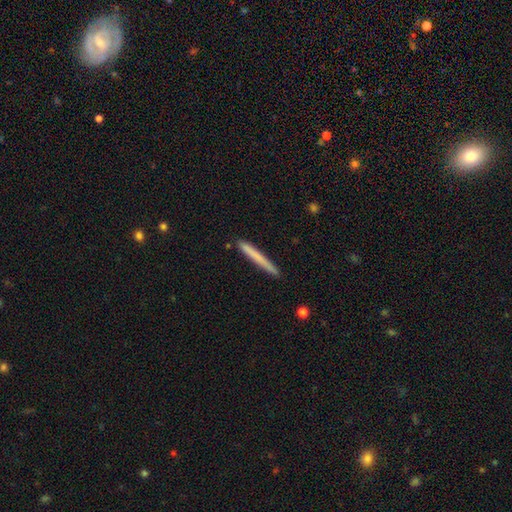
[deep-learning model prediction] A smooth galaxy with no disk features (68%) that is cigar-shaped (97%). Merging: none (89%).